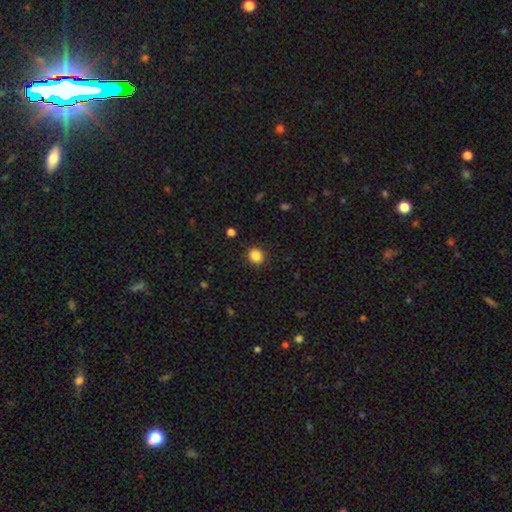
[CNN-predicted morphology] The model was most divided on "how rounded": round: 81%, in between: 18%, cigar-shaped: 1%. More confident: merging — none (90%); smooth or featured — smooth (86%).